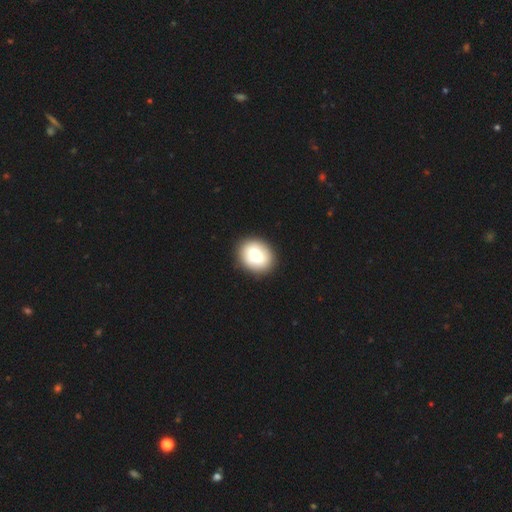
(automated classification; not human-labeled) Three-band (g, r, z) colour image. It shows a smooth galaxy with no disk features (70%) that is round (60%). Merging: none (89%).